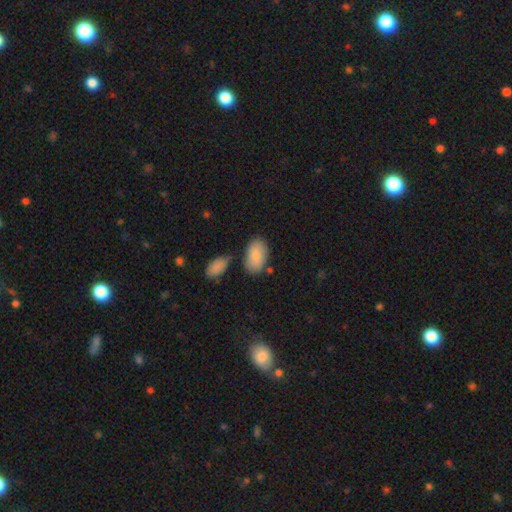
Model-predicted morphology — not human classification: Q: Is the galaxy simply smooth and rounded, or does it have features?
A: smooth — 84%.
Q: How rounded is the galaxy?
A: in between — 94%.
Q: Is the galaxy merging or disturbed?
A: none — 70%.